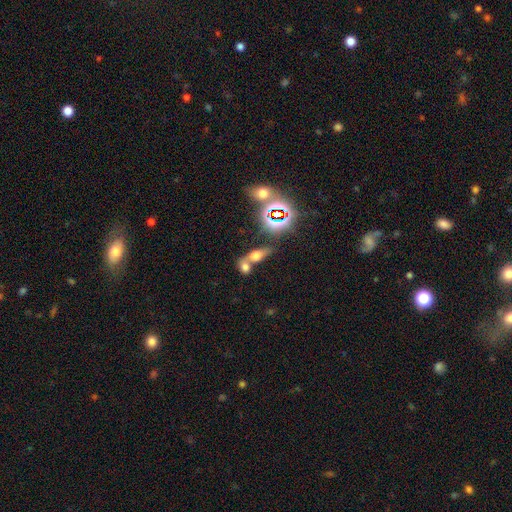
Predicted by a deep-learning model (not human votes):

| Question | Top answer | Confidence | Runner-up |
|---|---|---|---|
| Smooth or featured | smooth | 57% | star or artifact (23%) |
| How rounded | in between | 67% | round (23%) |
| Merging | merger | 57% | none (29%) |